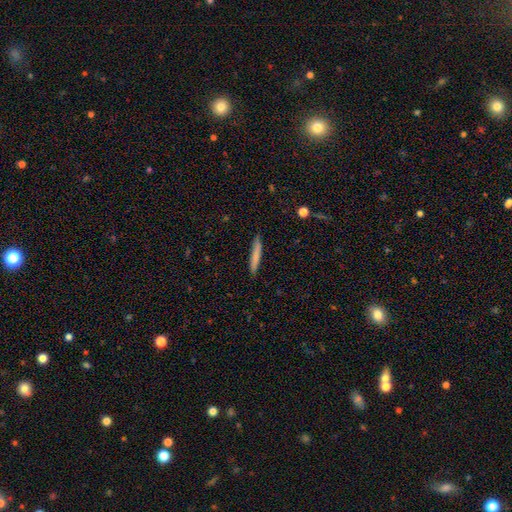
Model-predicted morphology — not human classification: Smooth or featured: smooth — 76% (featured or disk — 18%)
How rounded: cigar-shaped — 95% (in between — 4%)
Merging: none — 88% (minor disturbance — 9%)